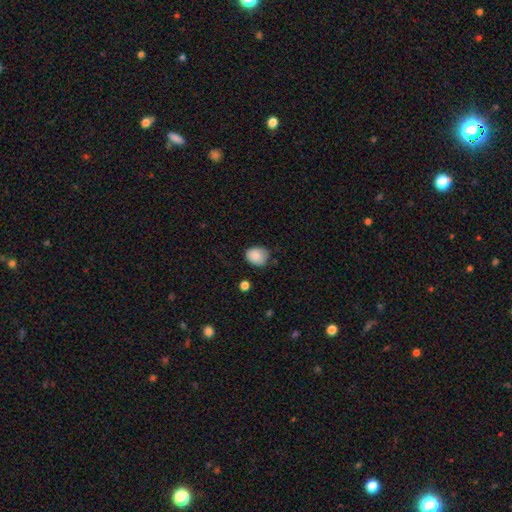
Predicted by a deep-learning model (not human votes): The model was most divided on "how rounded": round: 56%, in between: 43%, cigar-shaped: 1%. More confident: smooth or featured — smooth (85%); merging — none (63%).